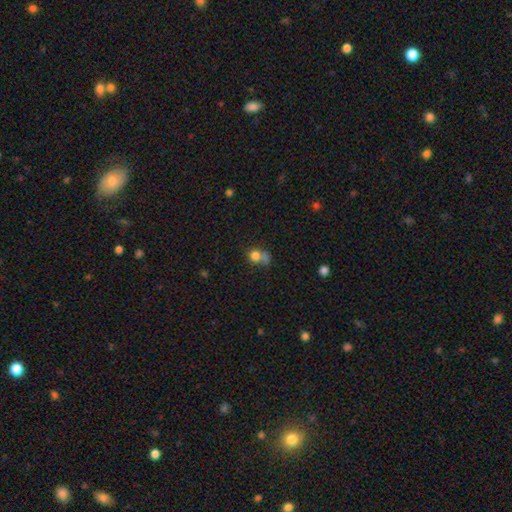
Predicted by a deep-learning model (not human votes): Smooth or featured: smooth — 77% (star or artifact — 13%)
How rounded: round — 80% (in between — 19%)
Merging: none — 42% (merger — 34%)